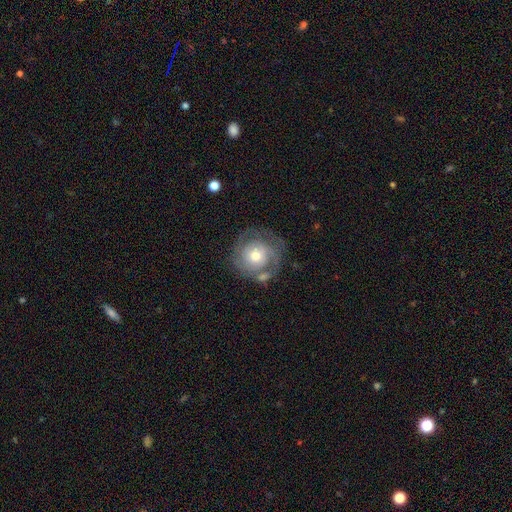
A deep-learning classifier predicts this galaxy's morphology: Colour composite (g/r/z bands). It shows a featured or disk galaxy (58%) with no bar (81%), spiral arms (73%) and a moderate central bulge (66%). Merging: none (61%).